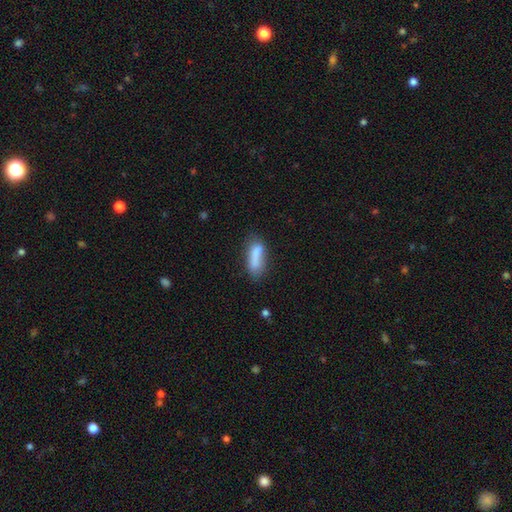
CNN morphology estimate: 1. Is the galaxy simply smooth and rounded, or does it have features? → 77% smooth, 14% featured or disk, 9% star or artifact.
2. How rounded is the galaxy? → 58% in between, 39% cigar-shaped, 2% round.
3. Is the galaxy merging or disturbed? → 54% none, 26% minor disturbance, 11% major disturbance, 9% merger.